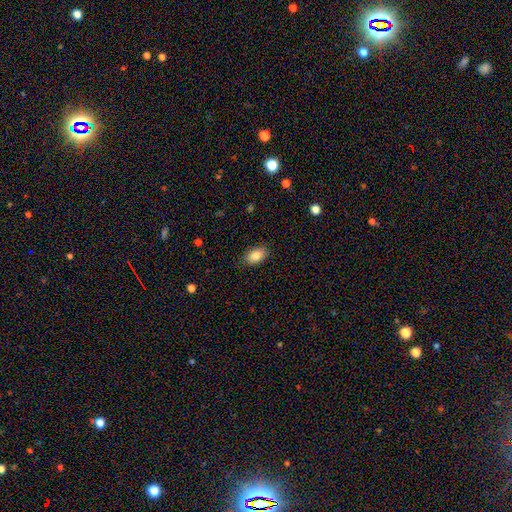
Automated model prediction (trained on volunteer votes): Overall: smooth (86%). How rounded: in between (91%). Merging: none (87%).